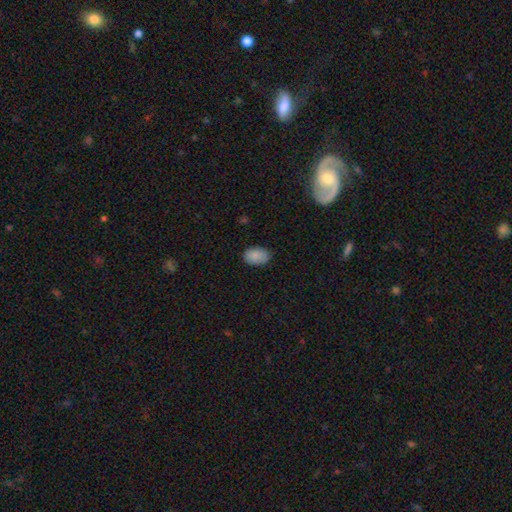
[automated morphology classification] type=smooth (88%); roundness=in between (86%); merging=none (83%).